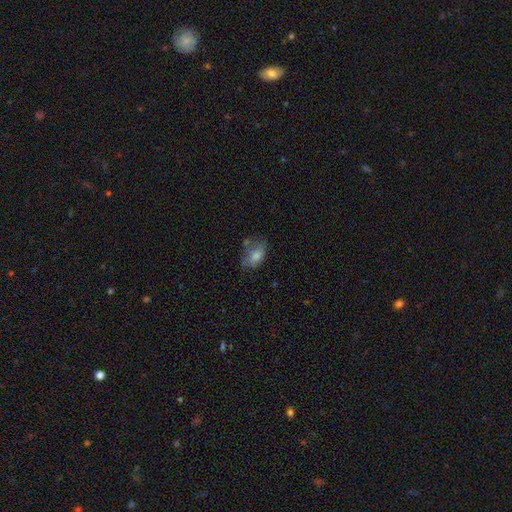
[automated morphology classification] Q: Smooth or featured?
A: smooth (63%); runner-up: featured or disk (24%)
Q: How rounded?
A: in between (82%); runner-up: round (16%)
Q: Merging?
A: none (51%); runner-up: minor disturbance (27%)